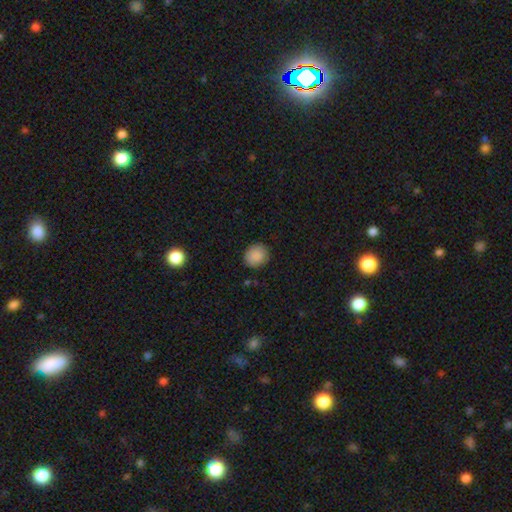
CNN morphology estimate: This appears to be a smooth galaxy with no disk features (88%) that is round (80%). Merging: none (87%).